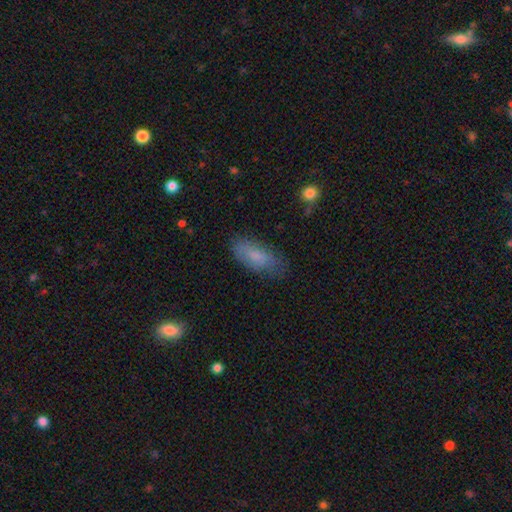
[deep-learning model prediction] The model was most divided on "merging": none: 72%, minor disturbance: 21%, major disturbance: 6%, merger: 2%. More confident: how rounded — in between (79%); smooth or featured — smooth (76%).